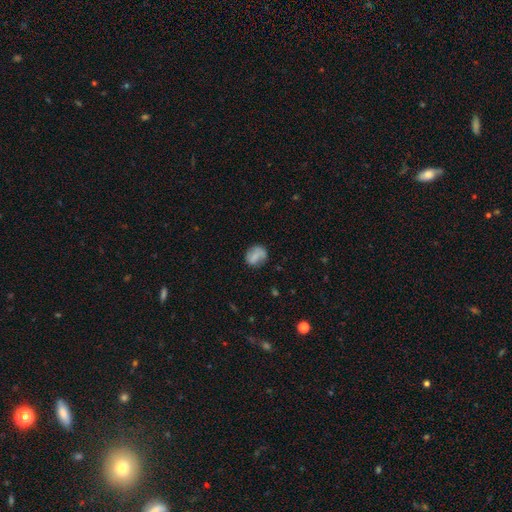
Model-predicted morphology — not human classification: smooth_or_featured: smooth (p=0.69) [alt: featured or disk p=0.21]
how_rounded: round (p=0.60) [alt: in between p=0.38]
merging: none (p=0.66) [alt: minor disturbance p=0.23]